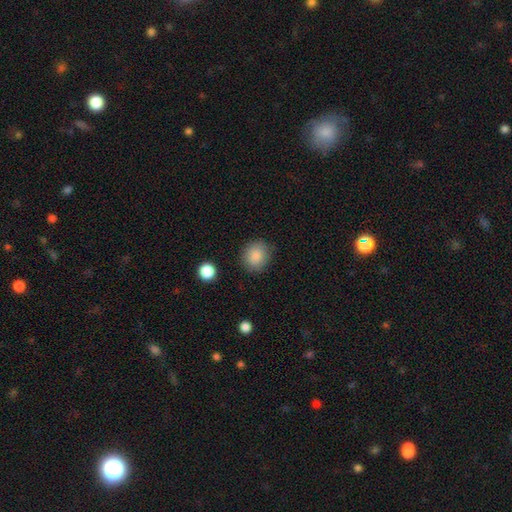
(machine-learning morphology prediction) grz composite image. It shows a smooth galaxy with no disk features (87%) that is round (76%). Merging: none (85%).